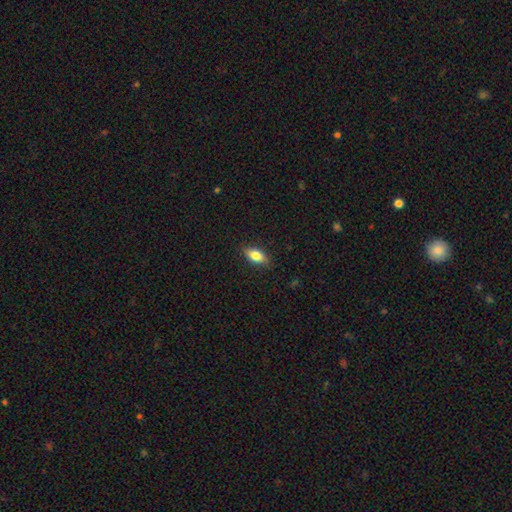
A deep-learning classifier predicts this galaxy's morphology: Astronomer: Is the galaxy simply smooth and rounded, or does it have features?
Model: smooth — 77%.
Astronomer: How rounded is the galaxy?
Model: in between — 84%.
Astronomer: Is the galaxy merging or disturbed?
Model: none — 87%.